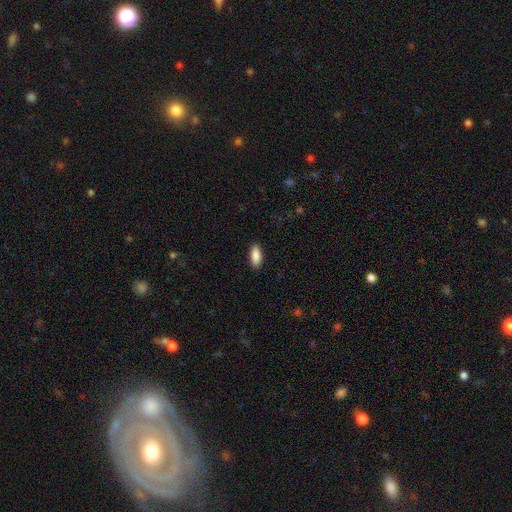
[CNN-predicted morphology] smooth 90%, star or artifact 6%, featured or disk 4%. Down the decision tree: how rounded — in between (83%); merging — none (89%).